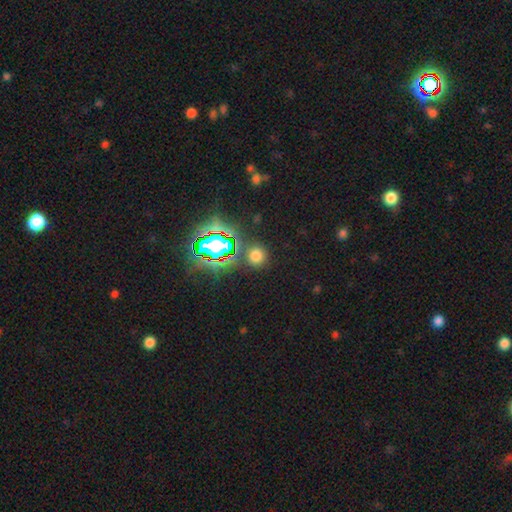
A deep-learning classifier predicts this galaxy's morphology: smooth-or-featured: smooth: 61% | star or artifact: 33% | featured or disk: 6%
  how-rounded: round: 89% | in between: 9% | cigar-shaped: 1%
  merging: none: 85% | minor disturbance: 8% | merger: 4% | major disturbance: 3%